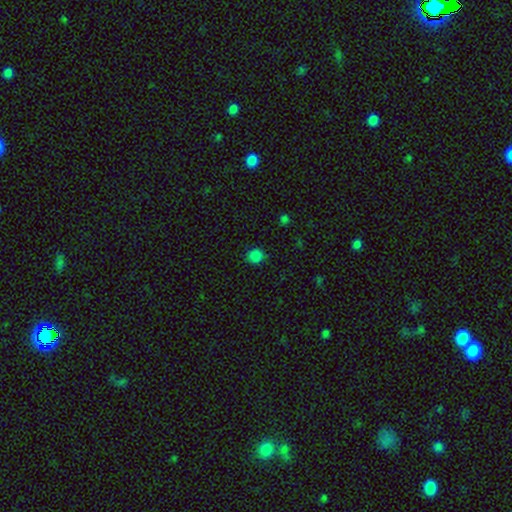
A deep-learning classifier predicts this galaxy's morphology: Smooth or featured: smooth — 84% (star or artifact — 14%)
How rounded: round — 86% (in between — 13%)
Merging: none — 86% (minor disturbance — 10%)